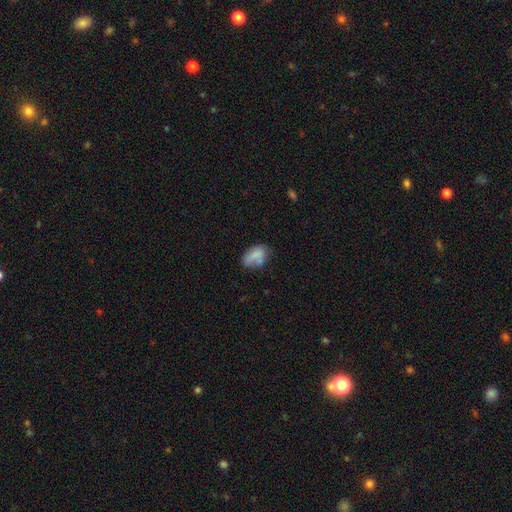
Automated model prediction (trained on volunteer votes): Smooth or featured?
  - smooth: 75% *
  - featured or disk: 16%
  - star or artifact: 9%
How rounded?
  - in between: 88% *
  - round: 9%
  - cigar-shaped: 3%
Merging?
  - none: 48% *
  - minor disturbance: 29%
  - major disturbance: 12%
  - merger: 10%